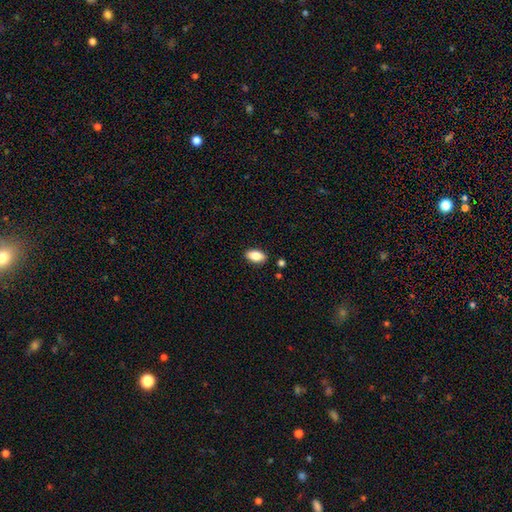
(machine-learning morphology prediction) Overall: smooth (85%). How rounded: in between (92%). Merging: none (88%).